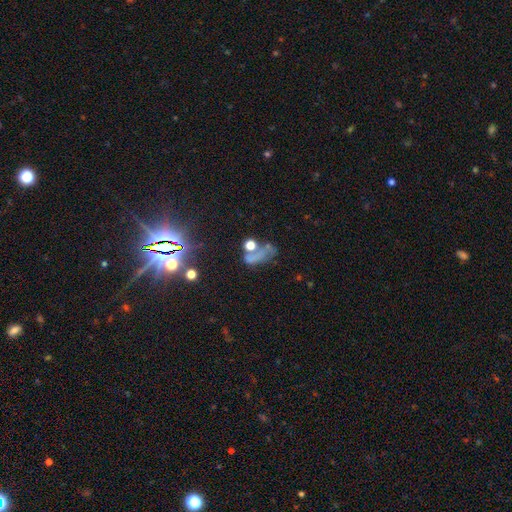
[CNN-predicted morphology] Smooth or featured? smooth (39%)
Merging? none (33%)